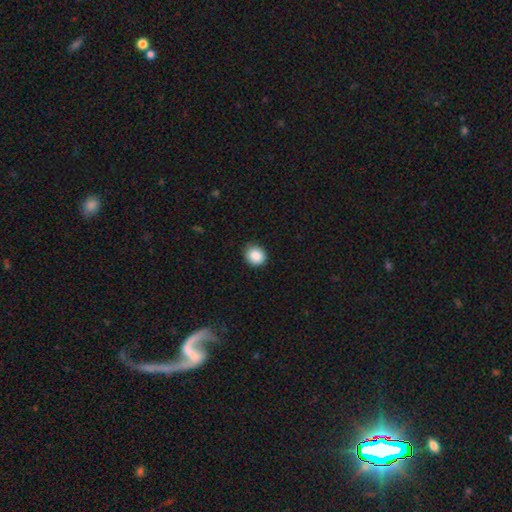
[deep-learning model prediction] The model was most divided on "how rounded": round: 74%, in between: 26%, cigar-shaped: 1%. More confident: smooth or featured — smooth (88%); merging — none (85%).